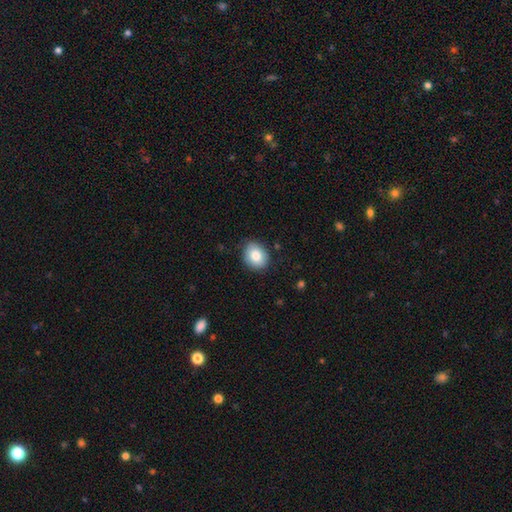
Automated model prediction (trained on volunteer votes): This is clearly a smooth galaxy (83%). How rounded: possibly round (51%). Merging: clearly none (84%).